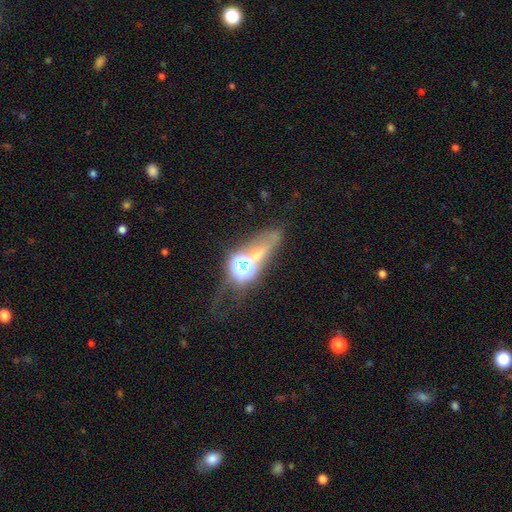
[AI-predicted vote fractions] This is marginally a star or artifact rather than a galaxy (37%).